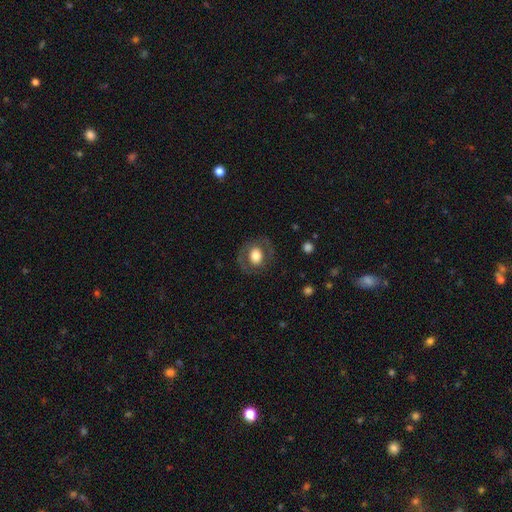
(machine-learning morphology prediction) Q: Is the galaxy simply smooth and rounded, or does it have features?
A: smooth — 61%.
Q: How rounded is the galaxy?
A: round — 62%.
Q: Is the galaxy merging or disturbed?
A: none — 78%.